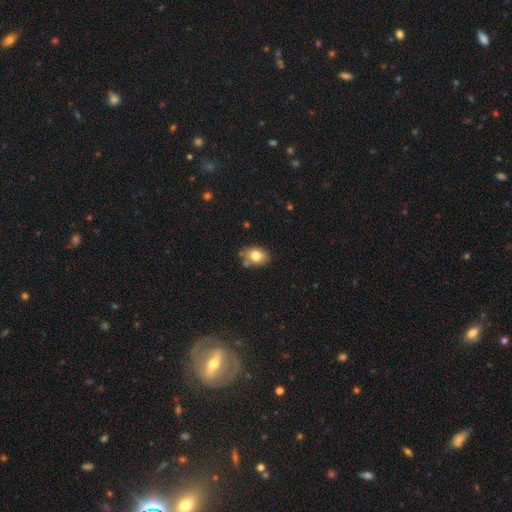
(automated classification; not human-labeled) The model was most divided on "how rounded": in between: 69%, round: 30%, cigar-shaped: 1%. More confident: smooth or featured — smooth (78%); merging — none (67%).